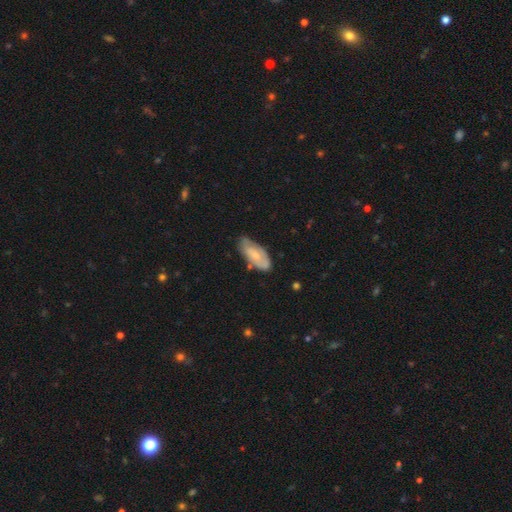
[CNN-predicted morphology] Overall: featured or disk (49%; smooth 44%). Merging: none (65%; minor disturbance 27%).